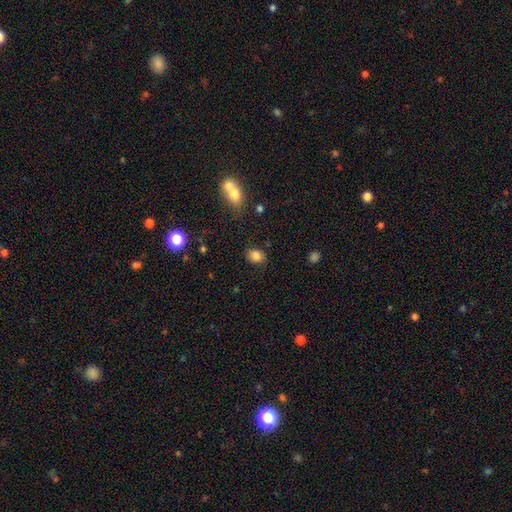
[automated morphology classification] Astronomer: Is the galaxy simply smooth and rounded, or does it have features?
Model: smooth — 84%.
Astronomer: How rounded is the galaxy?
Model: in between — 52% (runner-up: round, 47%).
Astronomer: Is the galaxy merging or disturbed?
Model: none — 78%.